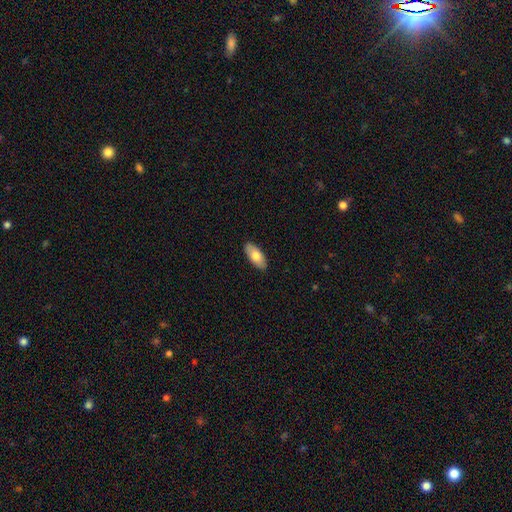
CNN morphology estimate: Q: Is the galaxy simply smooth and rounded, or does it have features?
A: smooth — 75%.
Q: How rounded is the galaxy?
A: in between — 89%.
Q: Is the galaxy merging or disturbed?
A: none — 89%.